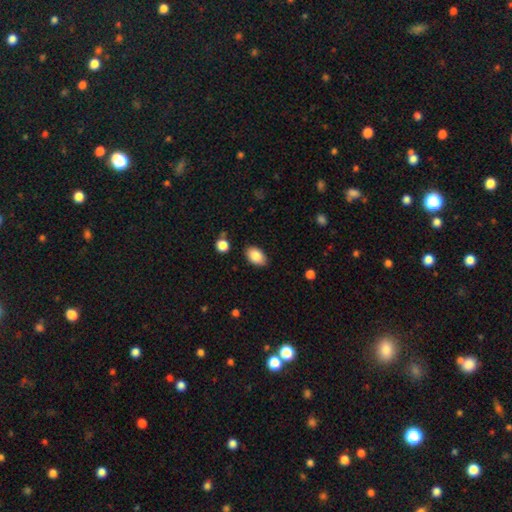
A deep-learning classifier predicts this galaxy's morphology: Smooth or featured: smooth — 87% (star or artifact — 7%)
How rounded: in between — 91% (round — 8%)
Merging: none — 84% (minor disturbance — 11%)